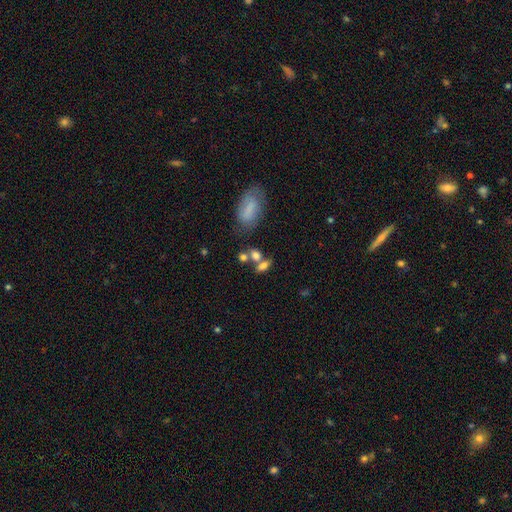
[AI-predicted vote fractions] This appears to be a smooth galaxy with no disk features (72%) that is in between round and cigar-shaped (66%). Merging: none (45%).